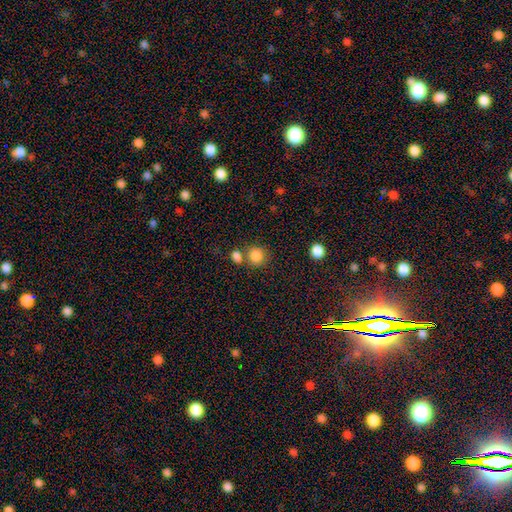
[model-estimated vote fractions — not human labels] smooth_or_featured: smooth (p=0.84) [alt: star or artifact p=0.11]
how_rounded: round (p=0.86) [alt: in between p=0.13]
merging: none (p=0.62) [alt: merger p=0.25]